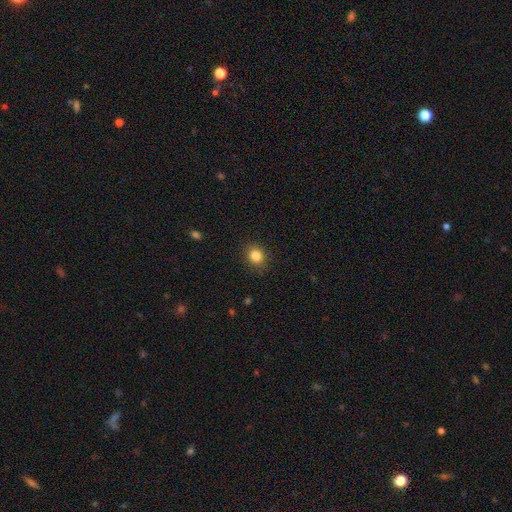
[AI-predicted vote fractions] Overall: smooth (85%). How rounded: round (75%). Merging: none (87%).